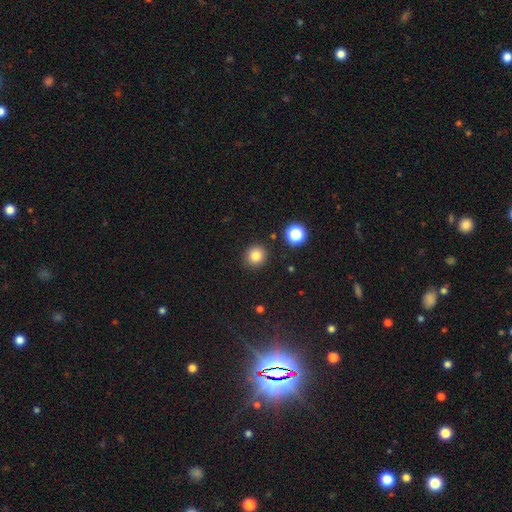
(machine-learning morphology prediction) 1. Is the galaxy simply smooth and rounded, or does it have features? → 82% smooth, 12% star or artifact, 6% featured or disk.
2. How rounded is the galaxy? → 91% round, 8% in between, 1% cigar-shaped.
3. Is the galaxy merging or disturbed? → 90% none, 6% minor disturbance, 2% merger, 2% major disturbance.